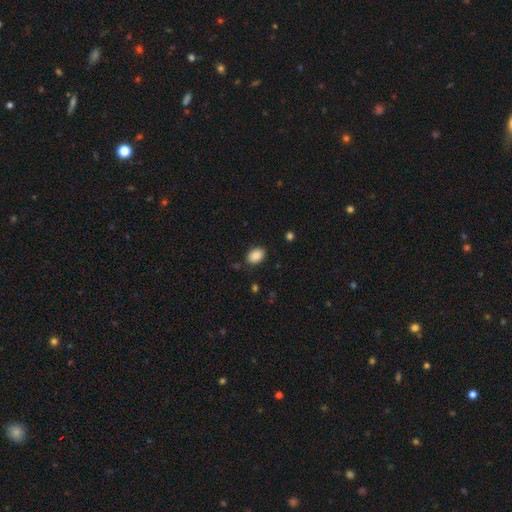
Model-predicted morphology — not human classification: smooth_or_featured: smooth (p=0.88) [alt: star or artifact p=0.08]
how_rounded: in between (p=0.81) [alt: round p=0.18]
merging: none (p=0.85) [alt: minor disturbance p=0.11]